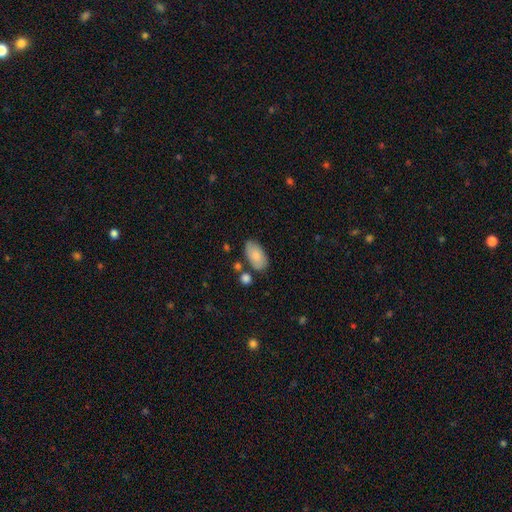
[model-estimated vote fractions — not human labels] smooth 79%, featured or disk 15%, star or artifact 6%. Down the decision tree: how rounded — in between (94%); merging — none (72%).